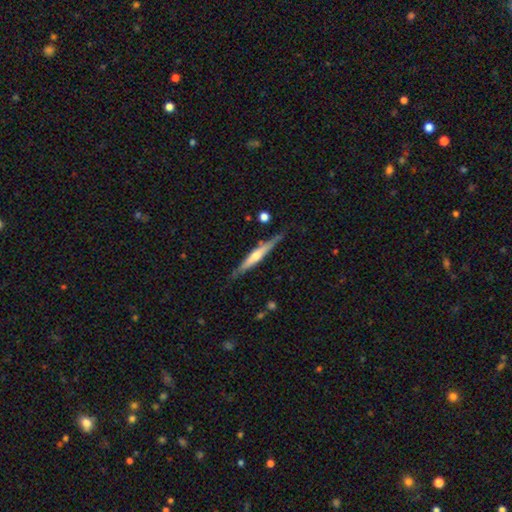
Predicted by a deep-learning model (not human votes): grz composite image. It shows a featured or disk galaxy (61%) viewed edge-on (96%) with a rounded central bulge (72%). Merging: none (80%).